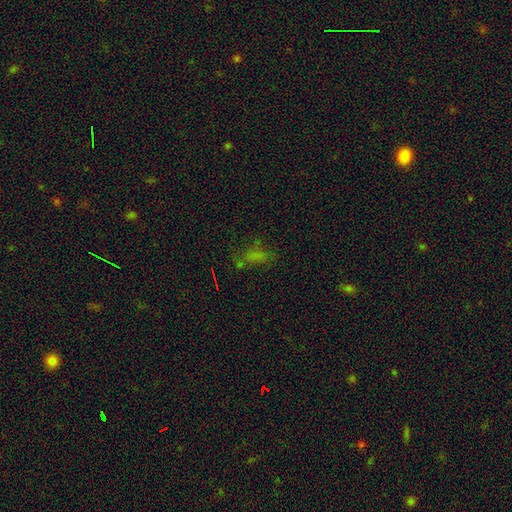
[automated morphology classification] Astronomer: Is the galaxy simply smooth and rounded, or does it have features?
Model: smooth — 52% (runner-up: star or artifact, 31%).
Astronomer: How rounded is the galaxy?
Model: in between — 76%.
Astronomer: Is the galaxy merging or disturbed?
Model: none — 49%.